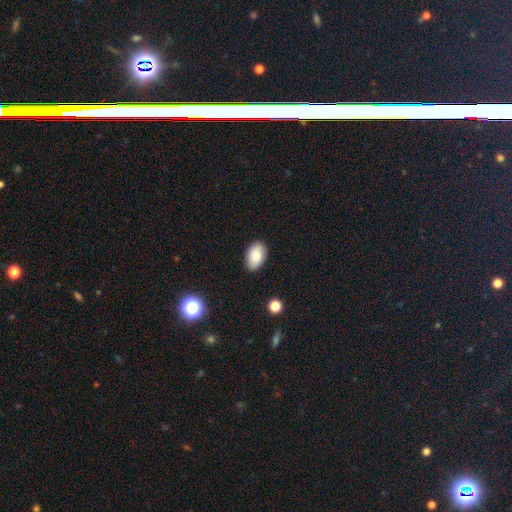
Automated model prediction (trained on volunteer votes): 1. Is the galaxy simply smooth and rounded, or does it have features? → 86% smooth, 7% star or artifact, 7% featured or disk.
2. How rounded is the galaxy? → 92% in between, 7% round, 1% cigar-shaped.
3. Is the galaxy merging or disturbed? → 86% none, 11% minor disturbance, 2% major disturbance, 1% merger.